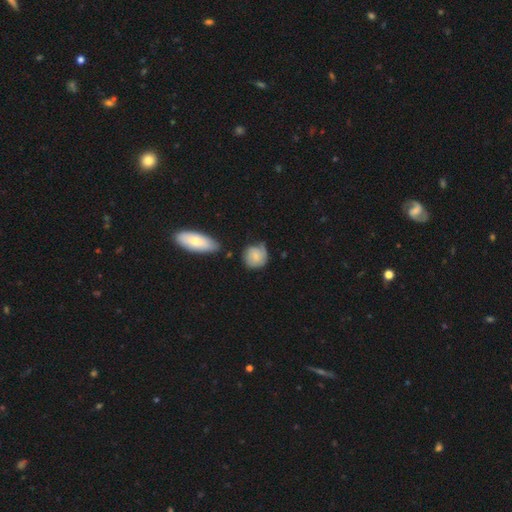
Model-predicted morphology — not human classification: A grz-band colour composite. It shows a smooth galaxy with no disk features (61%) that is round (79%). Merging: none (56%).